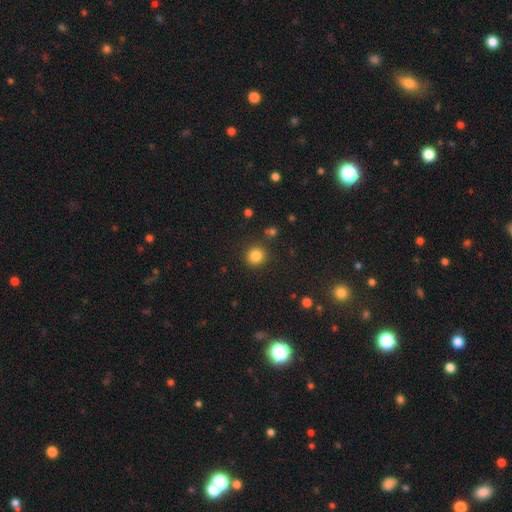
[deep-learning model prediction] The model was most divided on "smooth or featured": smooth: 84%, star or artifact: 12%, featured or disk: 5%. More confident: how rounded — round (89%); merging — none (88%).